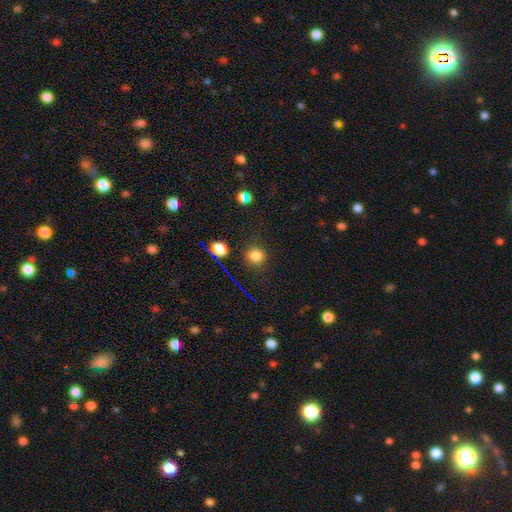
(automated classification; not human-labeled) Overall: smooth (78%). How rounded: round (89%). Merging: none (86%).